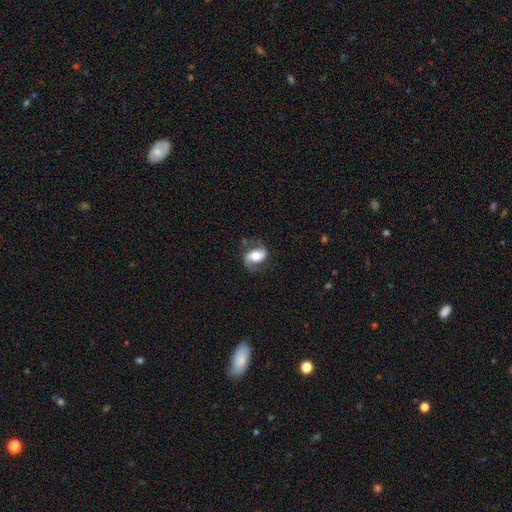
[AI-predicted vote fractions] A featured or disk galaxy (72%) with no bar (43%), 2 (84%) medium (42%) spiral arms (91%) and a moderate central bulge (60%). Merging: none (71%).